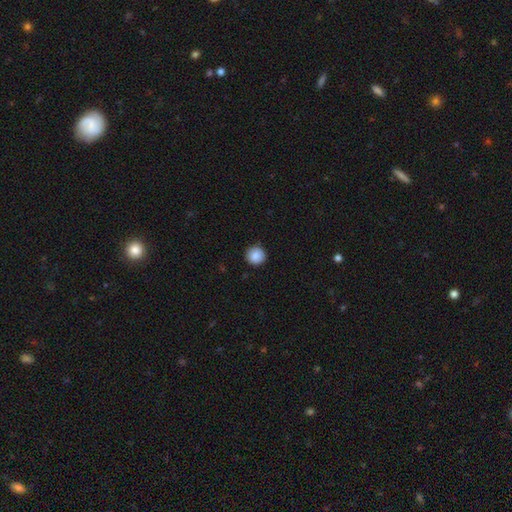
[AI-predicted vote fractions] Overall: smooth (88%). How rounded: round (95%). Merging: none (90%).